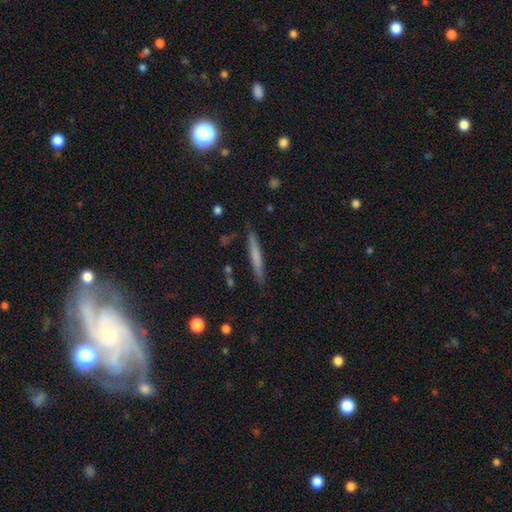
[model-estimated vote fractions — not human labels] A smooth galaxy with no disk features (61%) that is cigar-shaped (95%). Merging: none (88%).